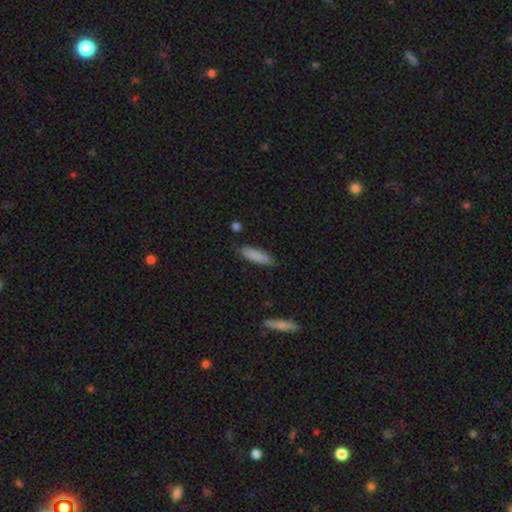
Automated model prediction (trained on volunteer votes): Smooth or featured? smooth (86%)
How rounded? cigar-shaped (62%)
Merging? none (84%)